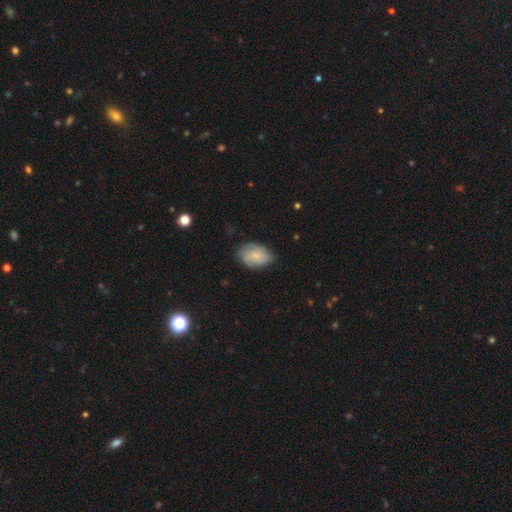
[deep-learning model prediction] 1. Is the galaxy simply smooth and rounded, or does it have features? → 59% smooth, 34% featured or disk, 7% star or artifact.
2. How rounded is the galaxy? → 82% in between, 17% round, 1% cigar-shaped.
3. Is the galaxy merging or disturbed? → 68% none, 25% minor disturbance, 5% major disturbance, 1% merger.